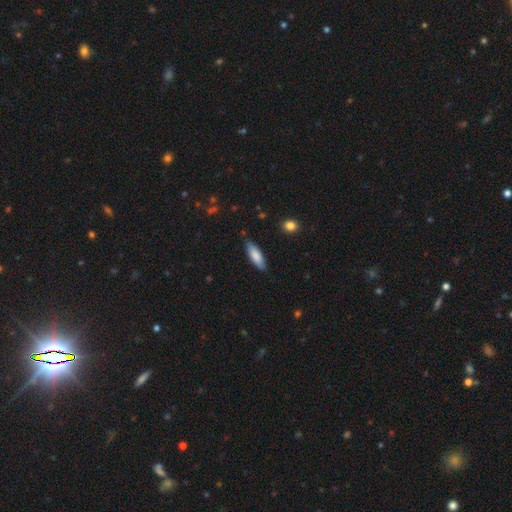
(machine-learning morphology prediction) Smooth or featured? Predicted: smooth (p=0.81). How rounded? Predicted: in between (p=0.53). Merging? Predicted: none (p=0.83).